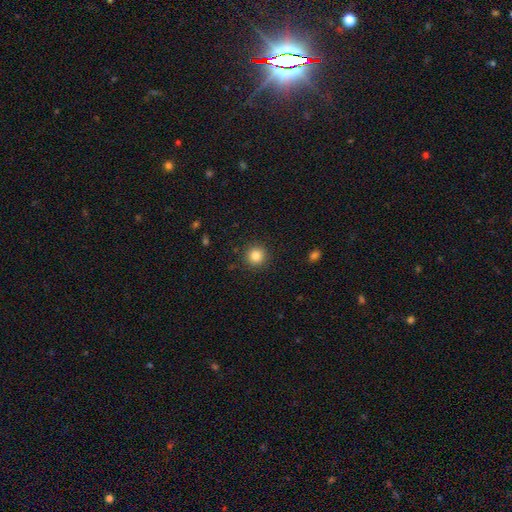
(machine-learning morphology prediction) Q: Smooth or featured?
A: smooth (84%); runner-up: star or artifact (11%)
Q: How rounded?
A: round (94%); runner-up: in between (5%)
Q: Merging?
A: none (90%); runner-up: minor disturbance (6%)